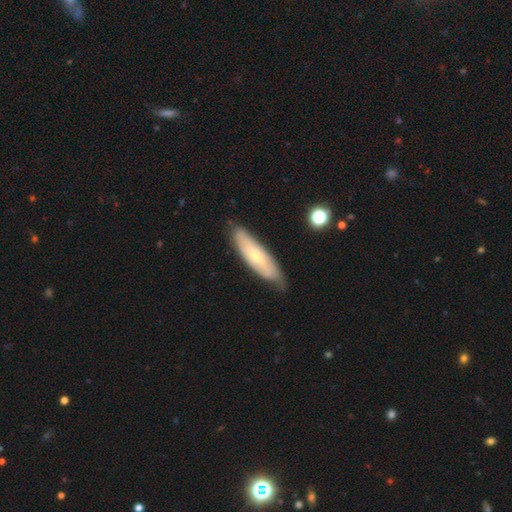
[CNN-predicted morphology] featured or disk 49%, smooth 45%, star or artifact 6%. Down the decision tree: merging — none (76%).